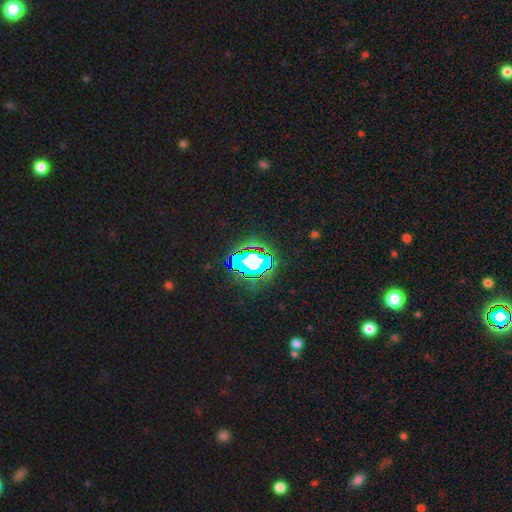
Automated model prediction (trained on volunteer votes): The model was most divided on "smooth or featured": star or artifact: 60%, smooth: 24%, featured or disk: 16%.